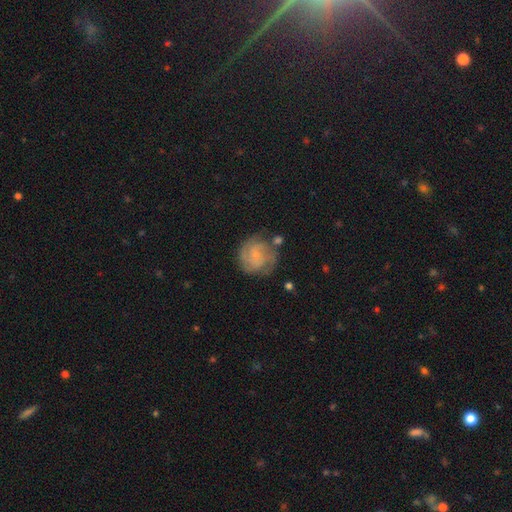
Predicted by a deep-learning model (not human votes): The model was most divided on "spiral arm count": 2: 38%, can't tell: 28%, 3: 21%, 4: 5%, 1: 5%, more than 4: 4%. More confident: edge-on disk — no (98%); spiral arms — yes (89%); bulge size — small (67%); smooth or featured — featured or disk (66%); merging — none (64%); bar — no (61%); spiral winding — tight (52%).